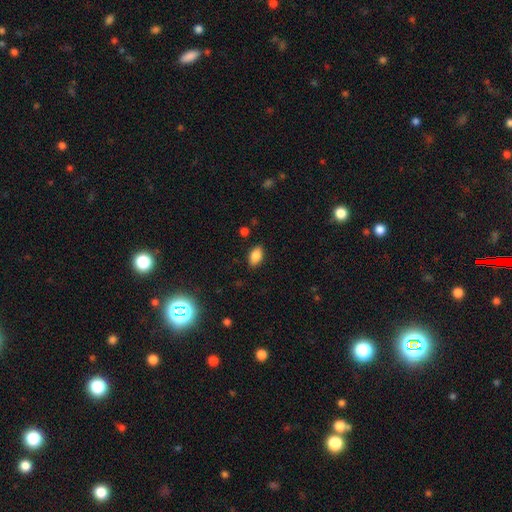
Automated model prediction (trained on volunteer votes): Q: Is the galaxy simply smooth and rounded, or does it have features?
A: smooth — 83%.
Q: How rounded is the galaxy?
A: in between — 91%.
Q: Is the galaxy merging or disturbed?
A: none — 87%.